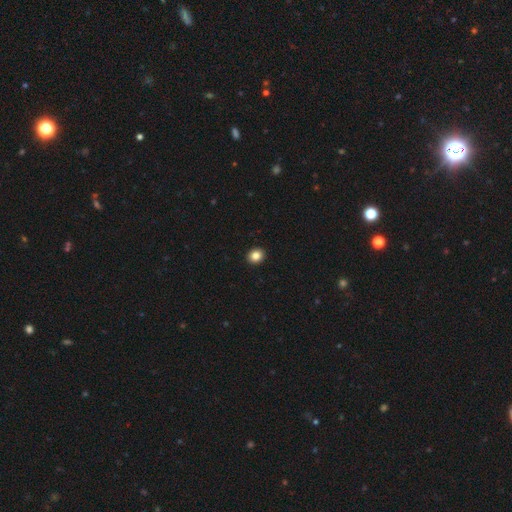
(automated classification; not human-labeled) This appears to be a smooth galaxy with no disk features (85%) that is round (68%). Merging: none (93%).